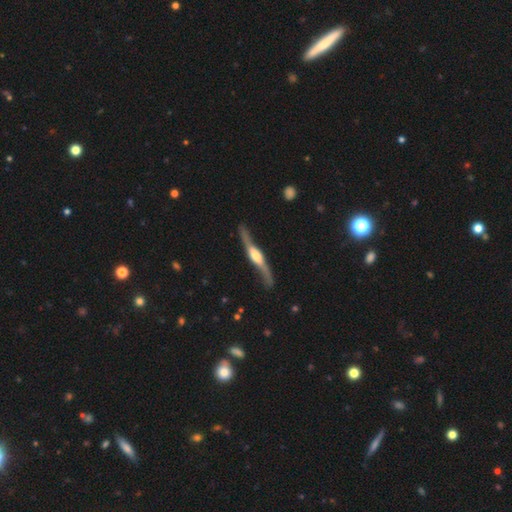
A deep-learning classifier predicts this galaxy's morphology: Smooth or featured: featured or disk — 83% (smooth — 13%)
Edge-on disk: yes — 88% (no — 12%)
Edge-on bulge: rounded — 81% (boxy — 14%)
Merging: none — 78% (minor disturbance — 15%)